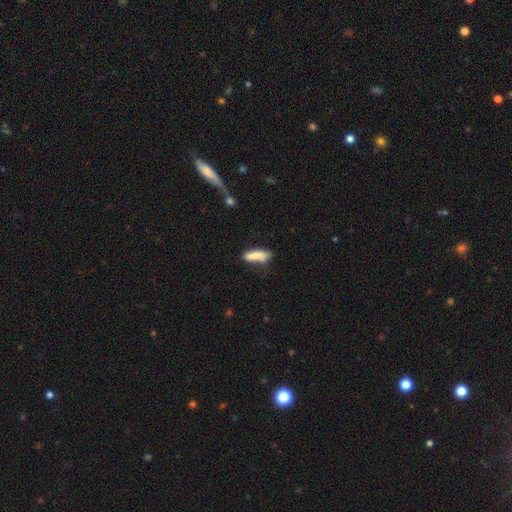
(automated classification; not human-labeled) A smooth galaxy with no disk features (80%) that is cigar-shaped (53%).

Vote fractions:
- Smooth or featured? smooth: 80% / featured or disk: 13% / star or artifact: 7%
- How rounded? cigar-shaped: 53% / in between: 45% / round: 2%
- Merging? none: 51% / minor disturbance: 30% / major disturbance: 10% / merger: 9%